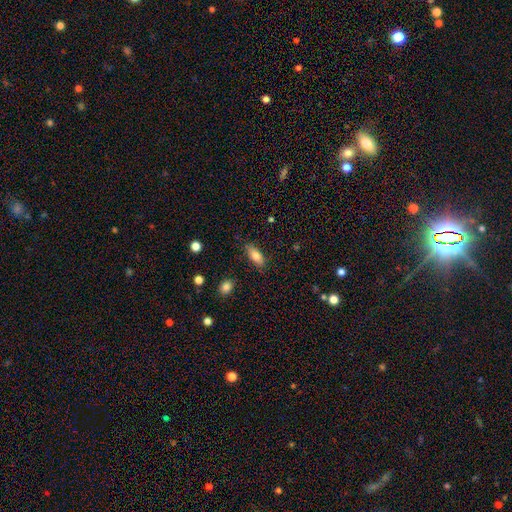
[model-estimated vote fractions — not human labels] This is clearly a smooth galaxy (81%). How rounded: likely in between (79%). Merging: clearly none (83%).